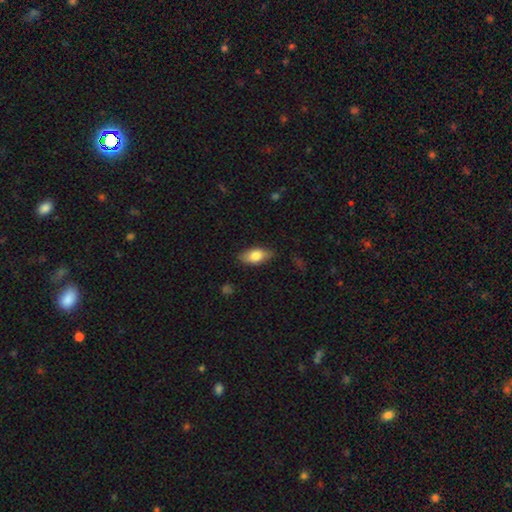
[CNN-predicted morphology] smooth-or-featured: smooth: 80% | featured or disk: 13% | star or artifact: 6%
  how-rounded: in between: 89% | cigar-shaped: 7% | round: 4%
  merging: none: 84% | minor disturbance: 12% | major disturbance: 3% | merger: 1%